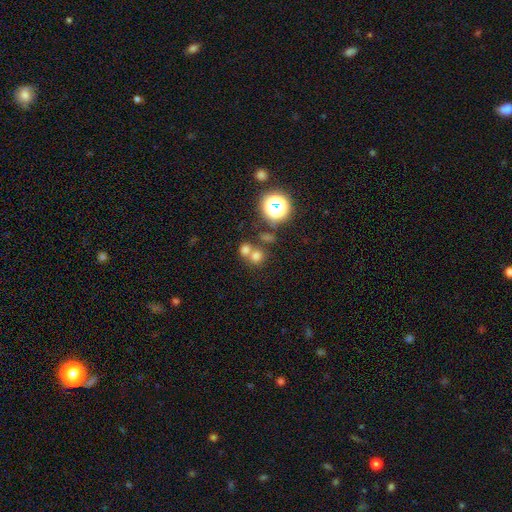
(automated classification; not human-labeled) Smooth or featured? Predicted: smooth (p=0.65). How rounded? Predicted: round (p=0.85). Merging? Predicted: none (p=0.50).